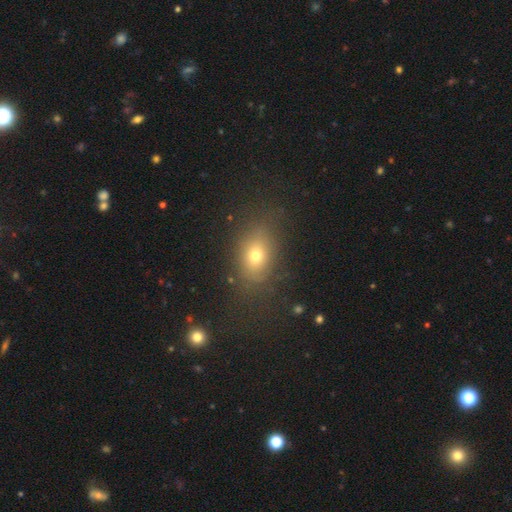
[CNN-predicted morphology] Smooth or featured?
  - smooth: 69% *
  - star or artifact: 15%
  - featured or disk: 15%
How rounded?
  - in between: 71% *
  - round: 27%
  - cigar-shaped: 2%
Merging?
  - none: 77% *
  - minor disturbance: 14%
  - major disturbance: 7%
  - merger: 2%